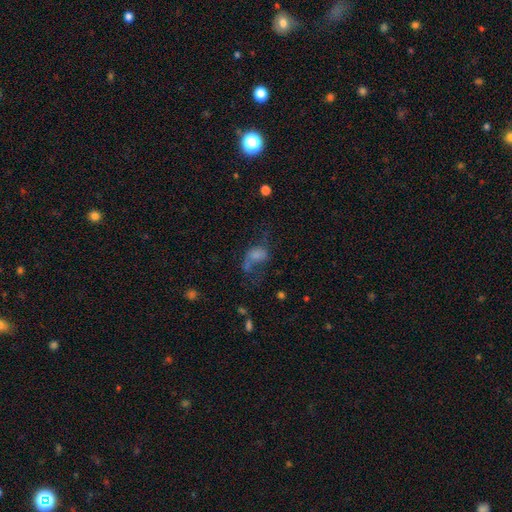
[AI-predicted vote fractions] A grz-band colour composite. It shows a smooth galaxy with no disk features (49%). Merging: major disturbance (44%).